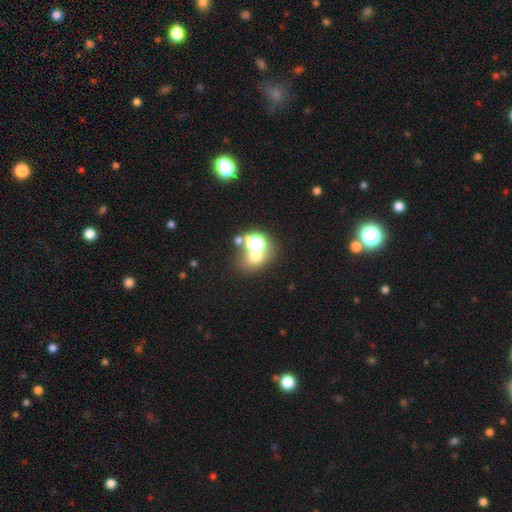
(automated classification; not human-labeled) Overall: smooth (54%; star or artifact 32%). How rounded: round (68%; in between 31%). Merging: none (51%; merger 34%).